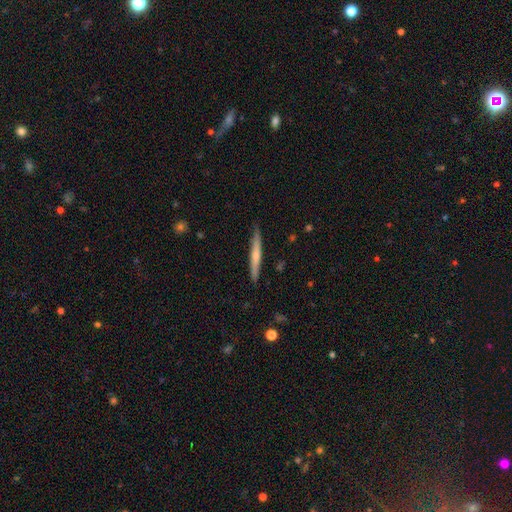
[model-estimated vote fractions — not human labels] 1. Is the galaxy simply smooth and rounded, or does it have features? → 51% smooth, 43% featured or disk, 6% star or artifact.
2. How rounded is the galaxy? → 95% cigar-shaped, 3% in between, 1% round.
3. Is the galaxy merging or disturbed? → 85% none, 11% minor disturbance, 2% major disturbance, 1% merger.